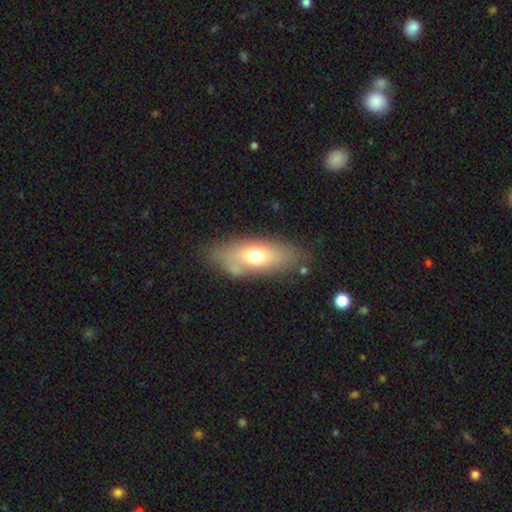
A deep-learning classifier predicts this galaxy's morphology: This appears to be a smooth galaxy with no disk features (64%) that is in between round and cigar-shaped (78%). Merging: none (71%).